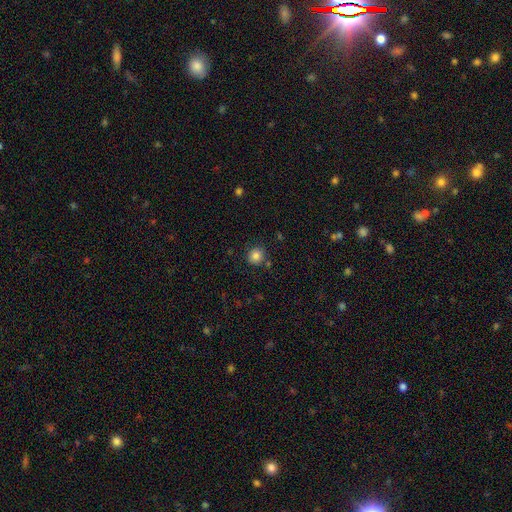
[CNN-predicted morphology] Q: Smooth or featured?
A: smooth (84%); runner-up: star or artifact (11%)
Q: How rounded?
A: round (91%); runner-up: in between (9%)
Q: Merging?
A: none (83%); runner-up: minor disturbance (9%)